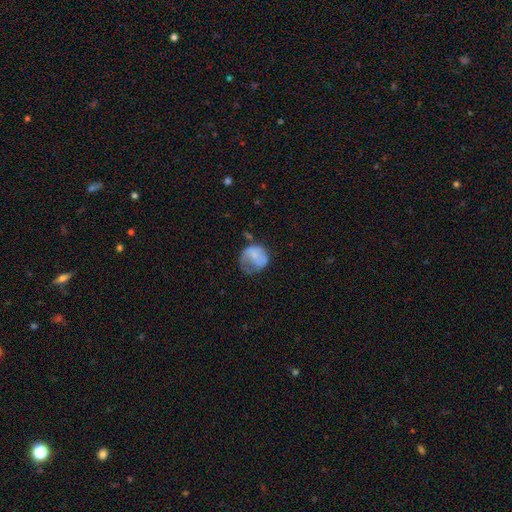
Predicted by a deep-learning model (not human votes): Smooth or featured? Predicted: smooth (p=0.58). How rounded? Predicted: round (p=0.70). Merging? Predicted: major disturbance (p=0.37).